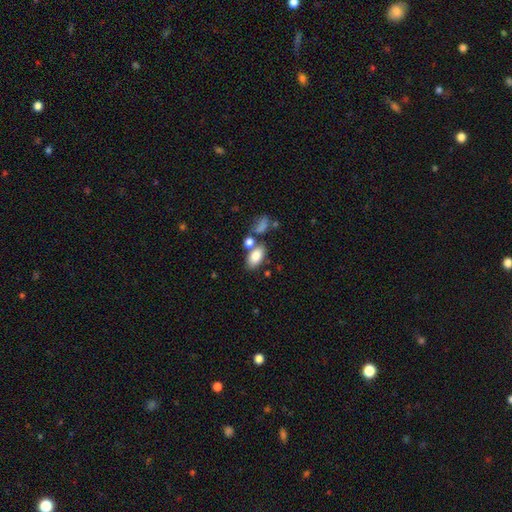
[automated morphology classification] Smooth or featured: smooth — 81% (featured or disk — 11%)
How rounded: in between — 91% (round — 6%)
Merging: none — 56% (merger — 26%)